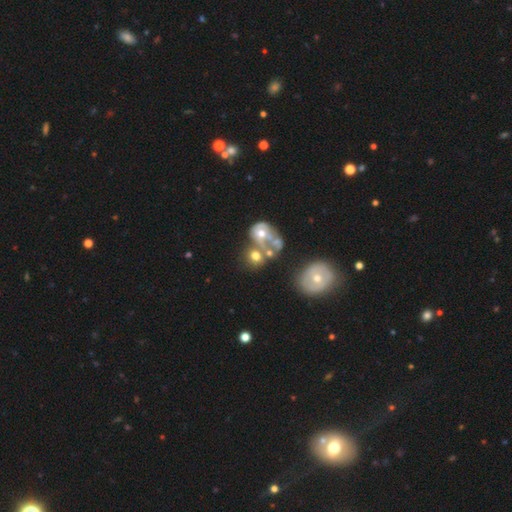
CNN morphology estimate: Smooth or featured? smooth (55%)
How rounded? round (66%)
Merging? merger (50%)